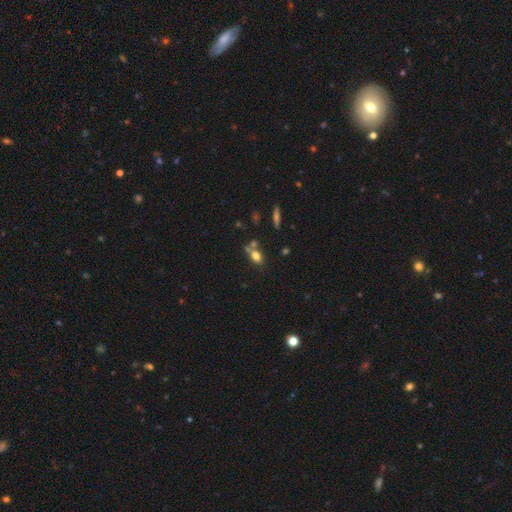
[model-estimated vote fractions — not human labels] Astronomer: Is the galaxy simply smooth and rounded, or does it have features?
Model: smooth — 70%.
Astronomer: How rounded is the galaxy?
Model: in between — 75%.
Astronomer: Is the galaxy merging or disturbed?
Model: none — 49% (runner-up: merger, 31%).